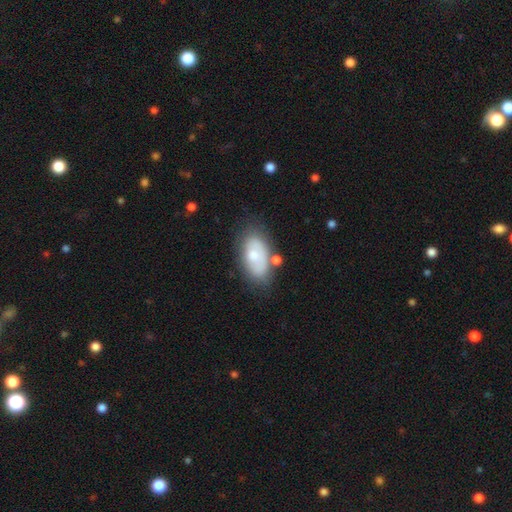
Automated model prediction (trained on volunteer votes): smooth_or_featured: smooth (p=0.59) [alt: featured or disk p=0.34]
how_rounded: in between (p=0.93) [alt: round p=0.05]
merging: none (p=0.60) [alt: minor disturbance p=0.23]